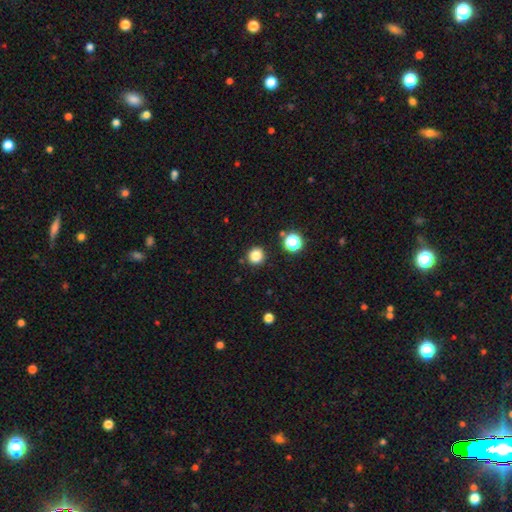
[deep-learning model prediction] Smooth or featured? Predicted: smooth (p=0.83). How rounded? Predicted: round (p=0.90). Merging? Predicted: none (p=0.90).